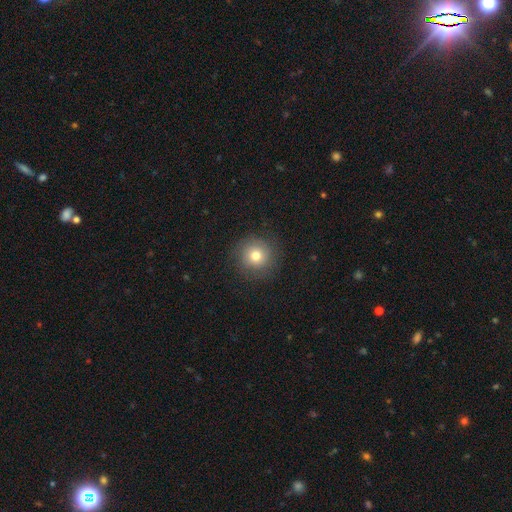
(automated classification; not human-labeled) This appears to be a smooth galaxy with no disk features (74%) that is round (94%). Merging: none (85%).